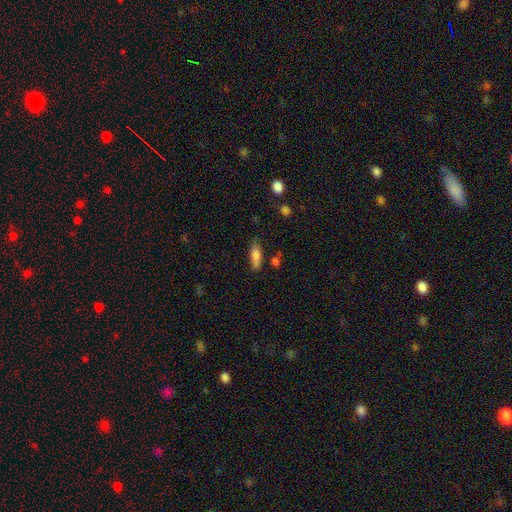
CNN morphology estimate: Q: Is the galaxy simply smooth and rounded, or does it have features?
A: smooth — 78%.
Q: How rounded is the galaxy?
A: in between — 56%.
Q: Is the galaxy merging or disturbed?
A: none — 73%.